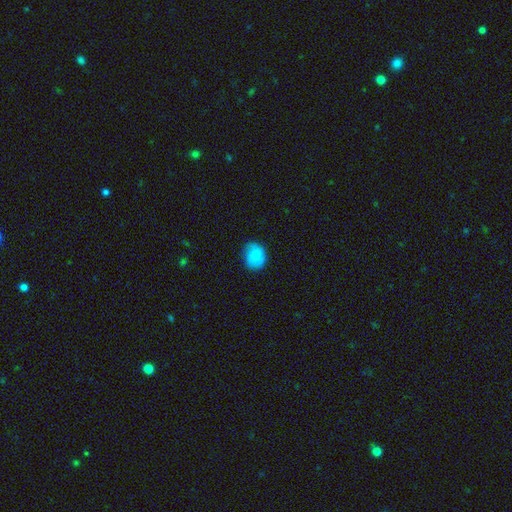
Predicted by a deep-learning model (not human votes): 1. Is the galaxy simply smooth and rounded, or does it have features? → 77% smooth, 15% featured or disk, 8% star or artifact.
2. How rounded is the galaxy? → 64% round, 36% in between, 1% cigar-shaped.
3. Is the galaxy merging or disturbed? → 70% none, 24% minor disturbance, 5% major disturbance, 1% merger.